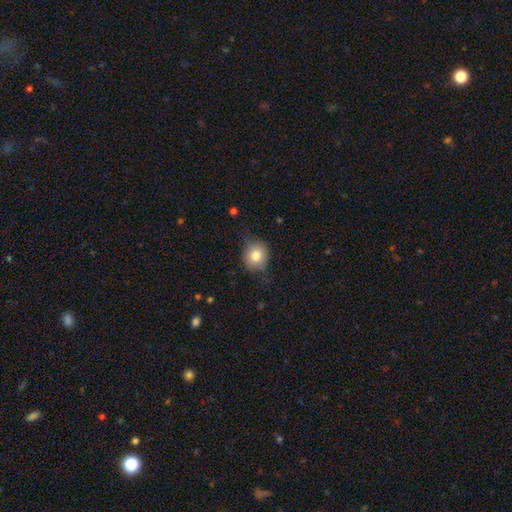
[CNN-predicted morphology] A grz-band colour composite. It shows a smooth galaxy with no disk features (77%) that is round (77%). Merging: none (68%).